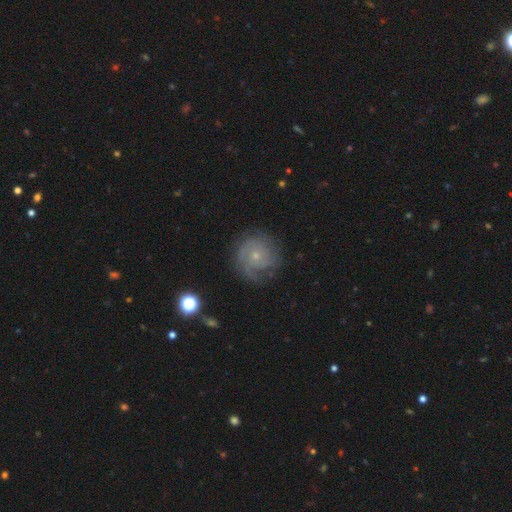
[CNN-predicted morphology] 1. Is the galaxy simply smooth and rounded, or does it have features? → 64% featured or disk, 26% smooth, 10% star or artifact.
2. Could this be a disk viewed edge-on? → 98% no, 2% yes.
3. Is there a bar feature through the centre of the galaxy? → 83% no, 15% weak, 2% strong.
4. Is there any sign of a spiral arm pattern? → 86% yes, 14% no.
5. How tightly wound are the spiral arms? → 57% tight, 30% medium, 13% loose.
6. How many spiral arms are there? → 42% can't tell, 20% 2, 18% 3, 9% 1, 7% 4, 5% more than 4.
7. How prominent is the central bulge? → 75% small, 20% moderate, 3% none, 1% large, 1% dominant.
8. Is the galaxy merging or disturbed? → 68% none, 20% minor disturbance, 11% major disturbance, 2% merger.